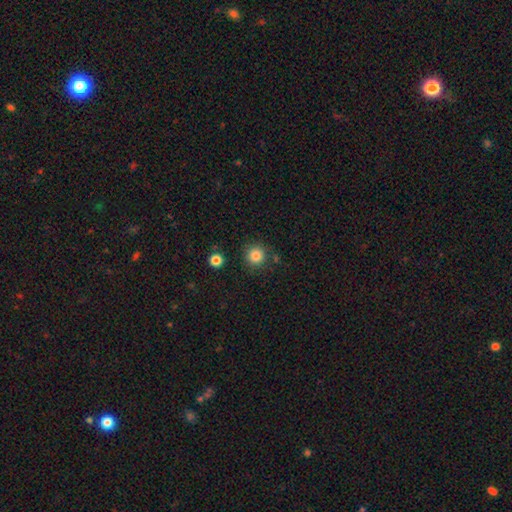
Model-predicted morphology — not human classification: A smooth galaxy with no disk features (84%) that is round (94%).

Vote fractions:
- Smooth or featured? smooth: 84% / star or artifact: 11% / featured or disk: 5%
- How rounded? round: 94% / in between: 5% / cigar-shaped: 1%
- Merging? none: 85% / minor disturbance: 8% / merger: 4% / major disturbance: 3%